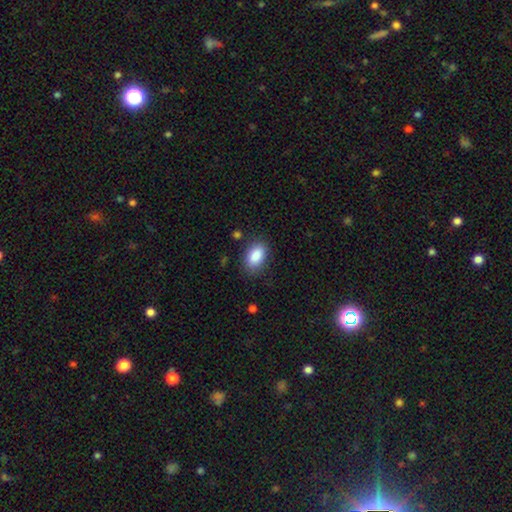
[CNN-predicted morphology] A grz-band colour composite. It shows a smooth galaxy with no disk features (87%) that is in between round and cigar-shaped (89%). Merging: none (83%).